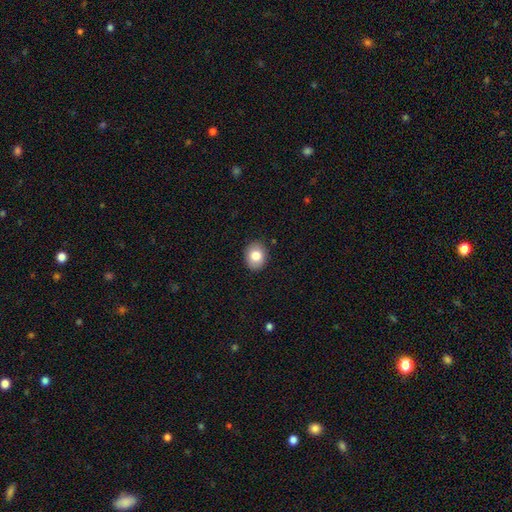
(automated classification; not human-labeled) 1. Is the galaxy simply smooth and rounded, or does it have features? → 81% smooth, 10% featured or disk, 8% star or artifact.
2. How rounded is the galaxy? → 50% round, 49% in between, 1% cigar-shaped.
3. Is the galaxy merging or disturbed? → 89% none, 8% minor disturbance, 2% major disturbance, 1% merger.